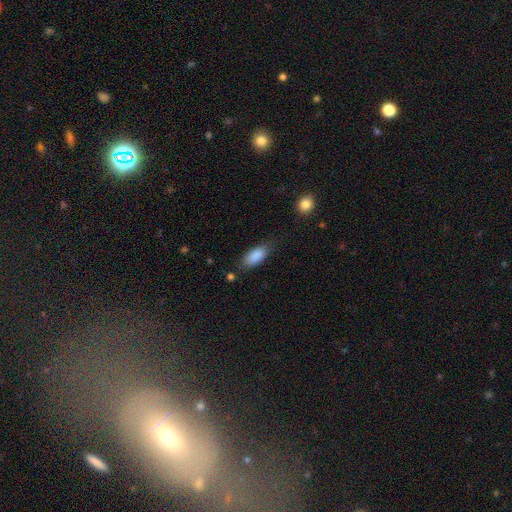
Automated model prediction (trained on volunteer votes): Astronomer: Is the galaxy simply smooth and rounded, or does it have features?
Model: smooth — 87%.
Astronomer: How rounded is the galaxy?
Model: in between — 86%.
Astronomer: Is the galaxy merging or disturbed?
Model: none — 68%.